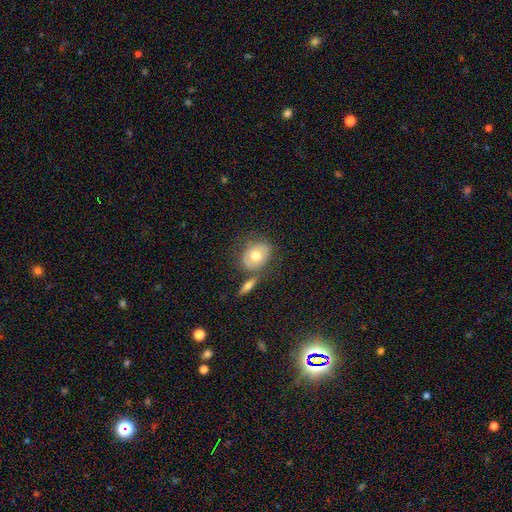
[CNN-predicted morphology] Q: Smooth or featured?
A: smooth (63%); runner-up: featured or disk (30%)
Q: How rounded?
A: in between (57%); runner-up: round (41%)
Q: Merging?
A: none (57%); runner-up: merger (19%)